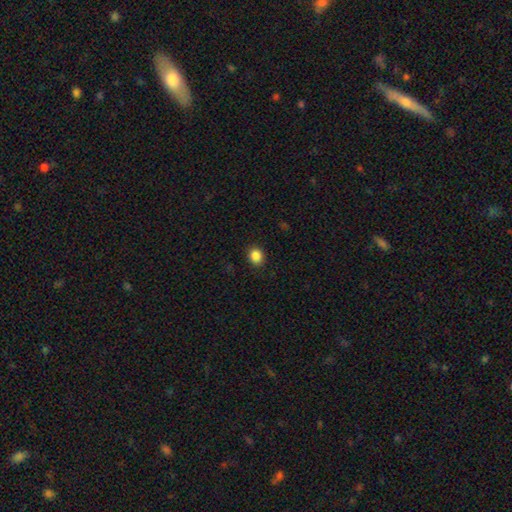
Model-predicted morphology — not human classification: Q: Smooth or featured?
A: smooth (86%); runner-up: star or artifact (10%)
Q: How rounded?
A: round (68%); runner-up: in between (31%)
Q: Merging?
A: none (91%); runner-up: minor disturbance (7%)